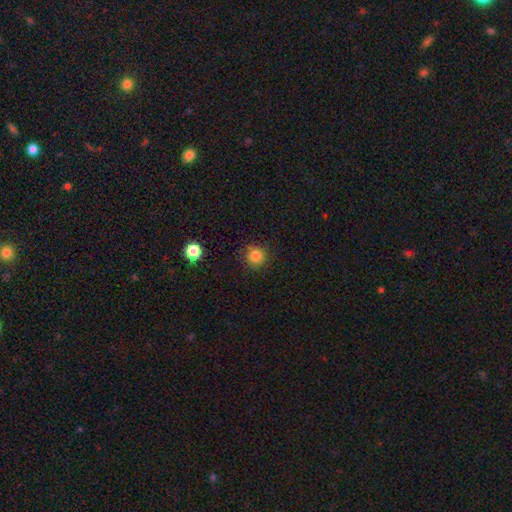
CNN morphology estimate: A smooth galaxy with no disk features (82%) that is round (93%). Merging: none (84%).